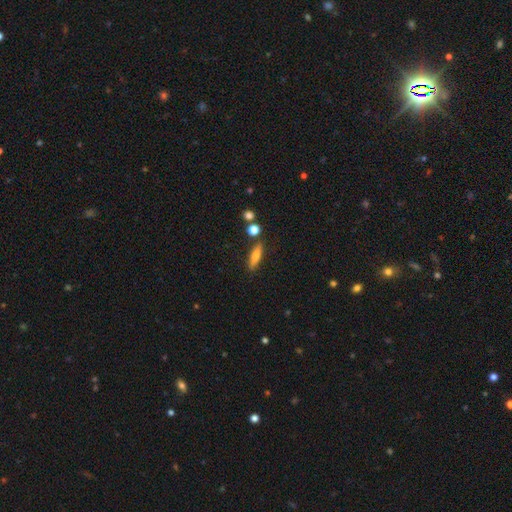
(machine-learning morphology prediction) type=smooth (68%); roundness=cigar-shaped (60%); merging=none (82%).